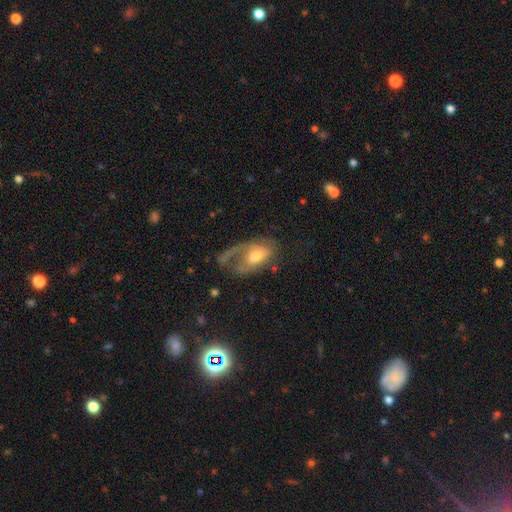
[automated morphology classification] A featured or disk galaxy (59%) with no bar (66%), spiral arms (66%) and a moderate central bulge (65%). Merging: major disturbance (47%).